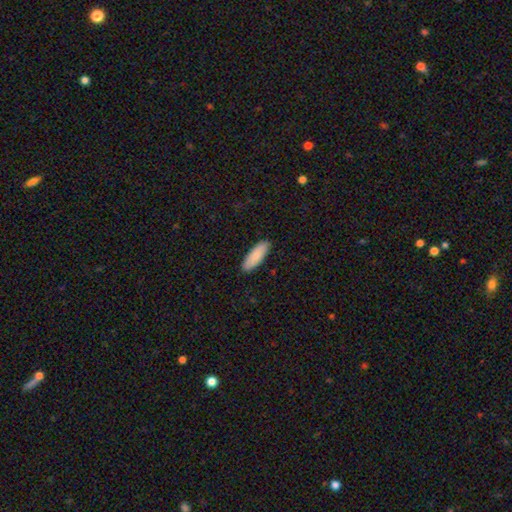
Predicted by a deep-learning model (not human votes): Smooth or featured?
  - smooth: 88% *
  - featured or disk: 7%
  - star or artifact: 5%
How rounded?
  - in between: 61% *
  - cigar-shaped: 38%
  - round: 1%
Merging?
  - none: 90% *
  - minor disturbance: 8%
  - major disturbance: 2%
  - merger: 1%